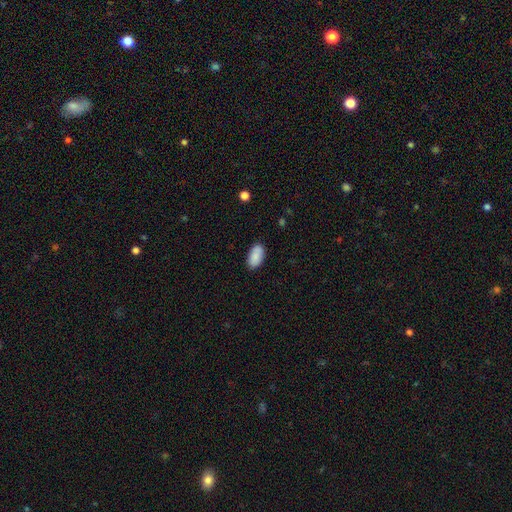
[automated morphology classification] smooth-or-featured: smooth: 89% | star or artifact: 6% | featured or disk: 5%
  how-rounded: in between: 95% | round: 3% | cigar-shaped: 2%
  merging: none: 86% | minor disturbance: 11% | major disturbance: 2% | merger: 1%